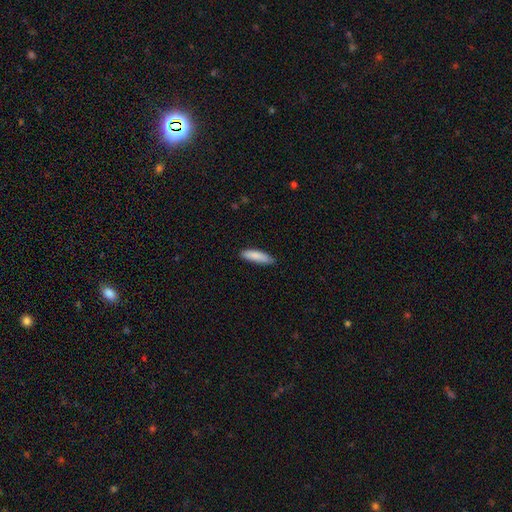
This appears to be a smooth galaxy with no disk features (82%) that is in between round and cigar-shaped (56%). Merging: none (80%).